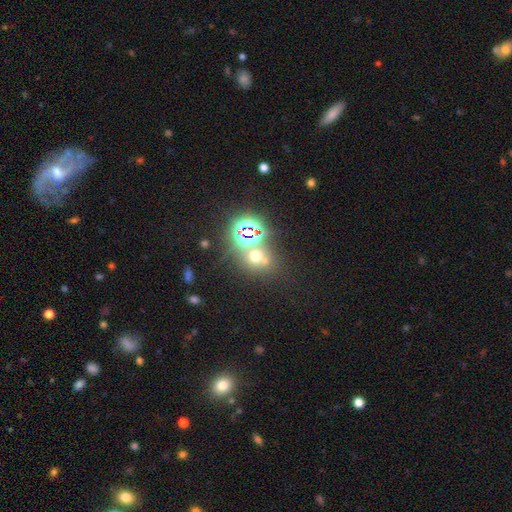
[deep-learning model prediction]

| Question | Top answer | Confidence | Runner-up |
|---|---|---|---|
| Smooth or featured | star or artifact | 45% | smooth (44%) |